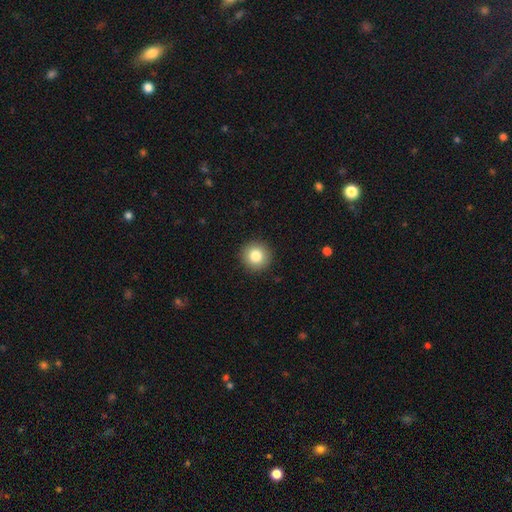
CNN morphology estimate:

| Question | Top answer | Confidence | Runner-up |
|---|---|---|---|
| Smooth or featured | smooth | 82% | star or artifact (10%) |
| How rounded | round | 95% | in between (4%) |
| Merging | none | 92% | minor disturbance (5%) |